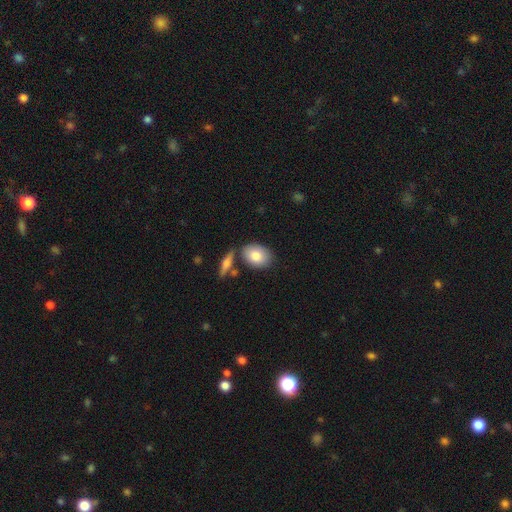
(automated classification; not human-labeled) This appears to be a smooth galaxy with no disk features (80%) that is in between round and cigar-shaped (78%). Merging: none (69%).